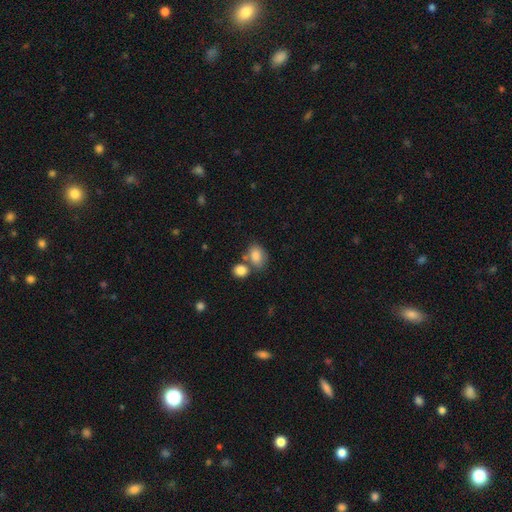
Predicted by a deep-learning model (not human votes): This is clearly a smooth galaxy (84%). How rounded: likely in between (71%). Merging: possibly none (51%).